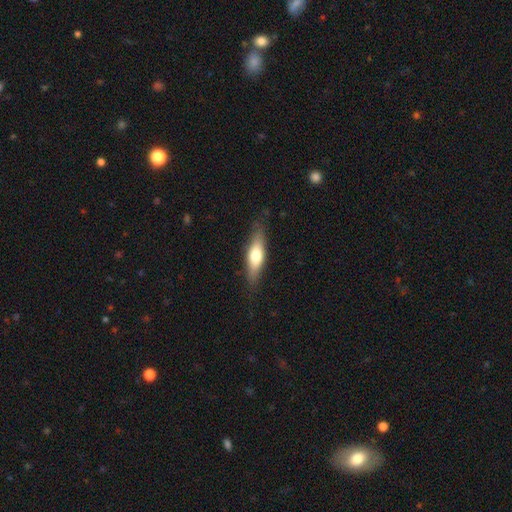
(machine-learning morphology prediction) Smooth or featured? Predicted: smooth (p=0.58). How rounded? Predicted: cigar-shaped (p=0.53). Merging? Predicted: none (p=0.82).